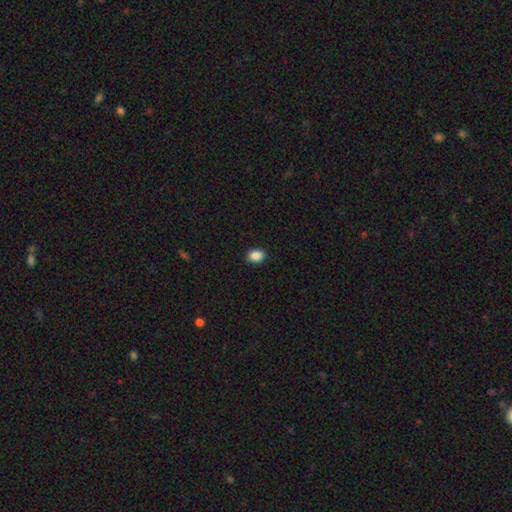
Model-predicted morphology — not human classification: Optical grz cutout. It shows a smooth galaxy with no disk features (89%) that is in between round and cigar-shaped (76%). Merging: none (90%).